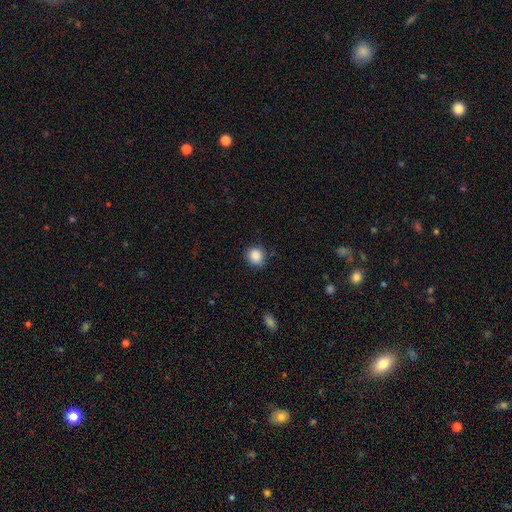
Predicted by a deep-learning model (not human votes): Overall: smooth (88%). How rounded: round (81%). Merging: none (86%).